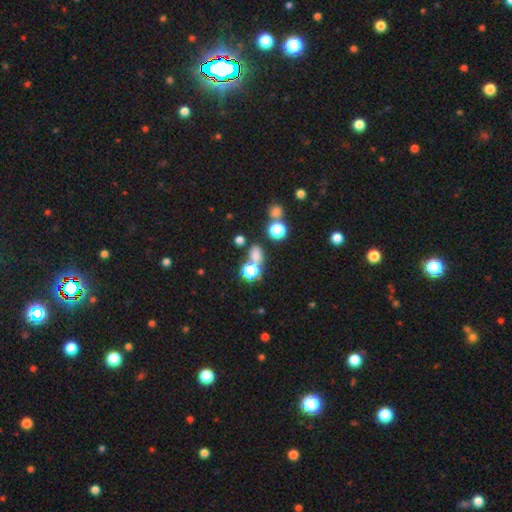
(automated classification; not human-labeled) The model was most divided on "how rounded": round: 54%, in between: 44%, cigar-shaped: 2%. More confident: merging — none (64%); smooth or featured — smooth (61%).